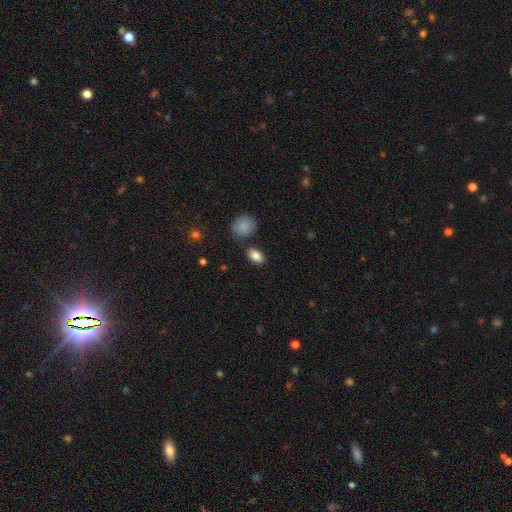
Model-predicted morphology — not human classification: A smooth galaxy with no disk features (85%) that is in between round and cigar-shaped (85%). Merging: none (81%).